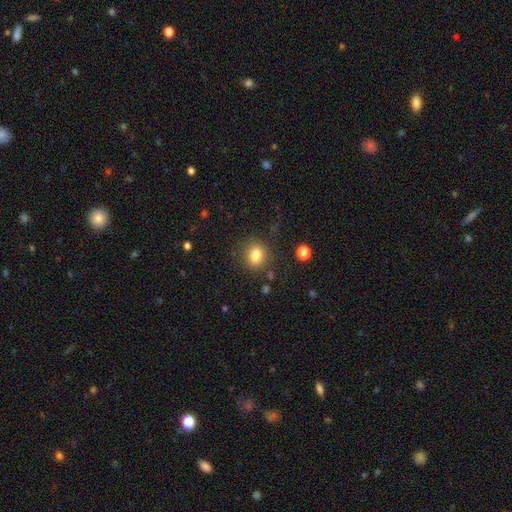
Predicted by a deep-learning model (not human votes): Morphology: type=smooth (82%); roundness=round (68%); merging=none (84%).